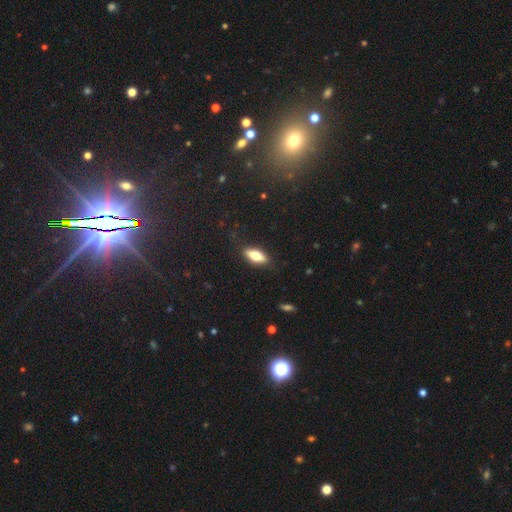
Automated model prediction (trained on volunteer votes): The model was most divided on "smooth or featured": smooth: 72%, featured or disk: 21%, star or artifact: 7%. More confident: merging — none (86%); how rounded — in between (75%).